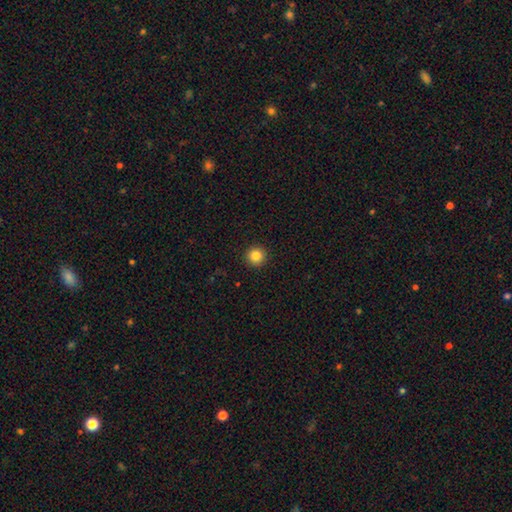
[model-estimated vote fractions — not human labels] The model was most divided on "smooth or featured": smooth: 85%, star or artifact: 11%, featured or disk: 4%. More confident: how rounded — round (96%); merging — none (93%).